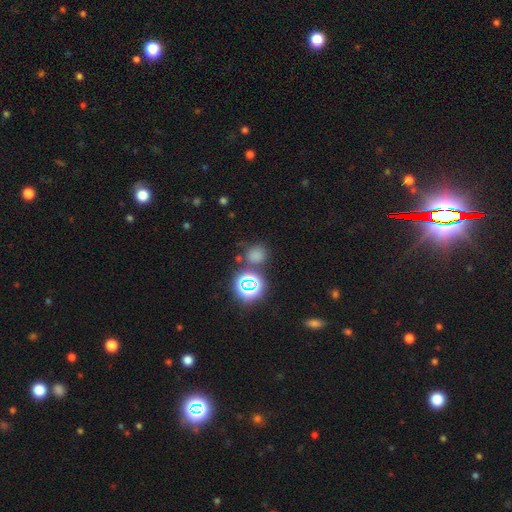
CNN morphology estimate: This is likely a smooth galaxy (66%). How rounded: clearly round (86%). Merging: likely none (72%).